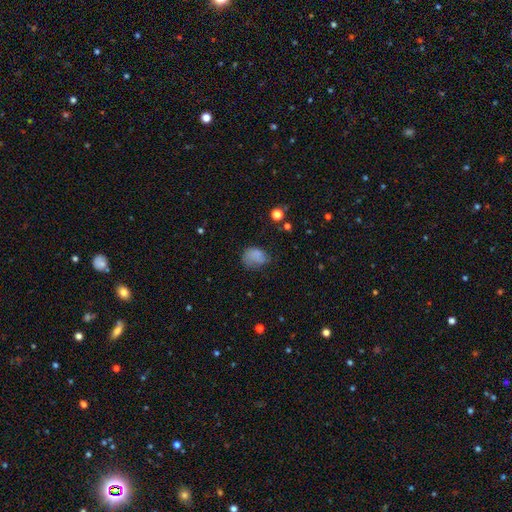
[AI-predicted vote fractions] Morphology: type=smooth (74%); roundness=in between (68%); merging=none (40%).